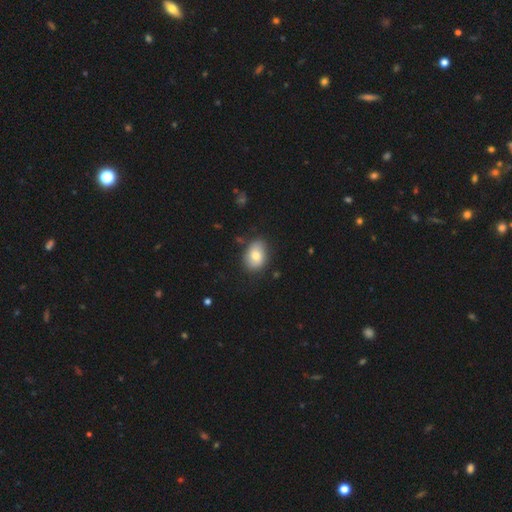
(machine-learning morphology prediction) Smooth or featured?
  - smooth: 76% *
  - featured or disk: 16%
  - star or artifact: 8%
How rounded?
  - in between: 73% *
  - round: 26%
  - cigar-shaped: 1%
Merging?
  - none: 78% *
  - minor disturbance: 16%
  - major disturbance: 4%
  - merger: 2%